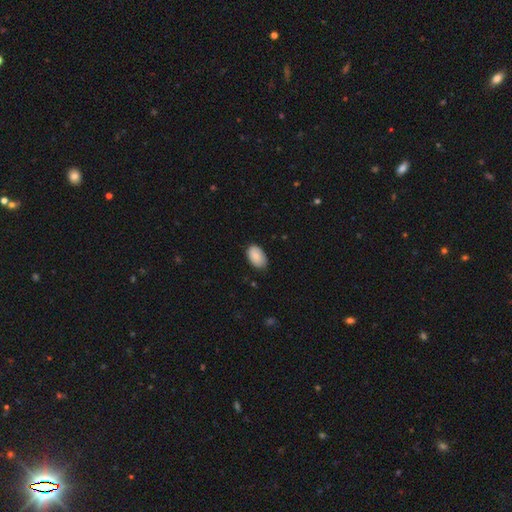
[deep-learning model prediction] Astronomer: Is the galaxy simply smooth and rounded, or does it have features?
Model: smooth — 86%.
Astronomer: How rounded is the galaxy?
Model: in between — 92%.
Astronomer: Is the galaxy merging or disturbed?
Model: none — 78%.